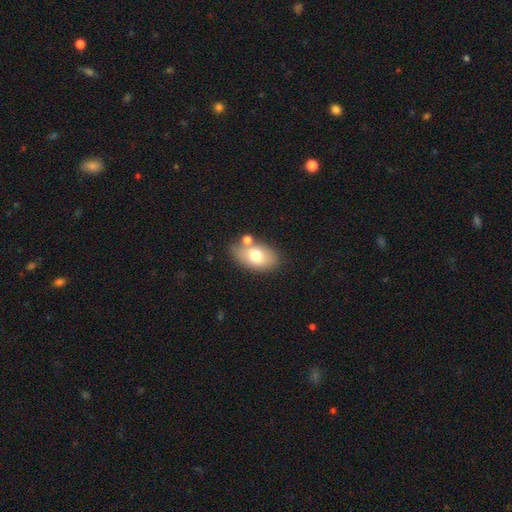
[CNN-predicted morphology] A smooth galaxy with no disk features (71%) that is in between round and cigar-shaped (89%).

Vote fractions:
- Smooth or featured? smooth: 71% / featured or disk: 21% / star or artifact: 8%
- How rounded? in between: 89% / round: 10% / cigar-shaped: 2%
- Merging? none: 67% / minor disturbance: 15% / merger: 13% / major disturbance: 4%